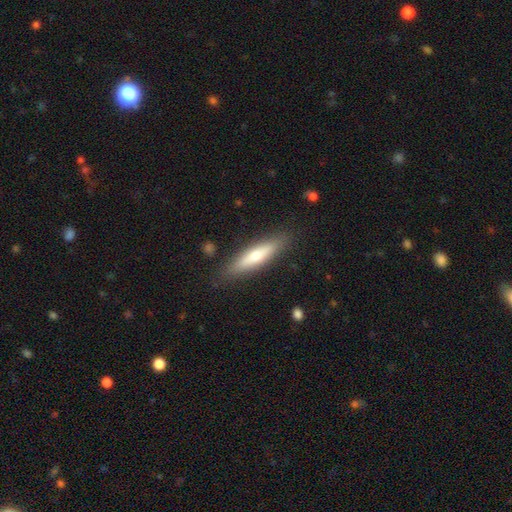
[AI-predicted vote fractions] Overall: smooth (57%; featured or disk 37%). How rounded: cigar-shaped (80%). Merging: none (86%).